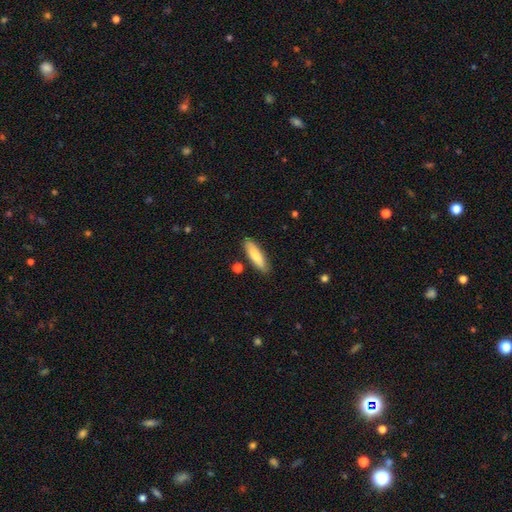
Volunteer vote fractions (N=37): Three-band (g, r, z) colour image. It shows a smooth galaxy with no disk features (92%) that is cigar-shaped (71%). Merging: none (78%).